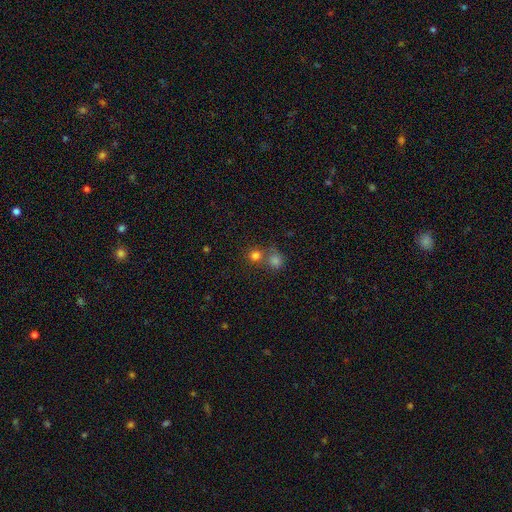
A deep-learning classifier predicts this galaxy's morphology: smooth 77%, star or artifact 16%, featured or disk 7%. Down the decision tree: how rounded — round (87%); merging — none (51%).